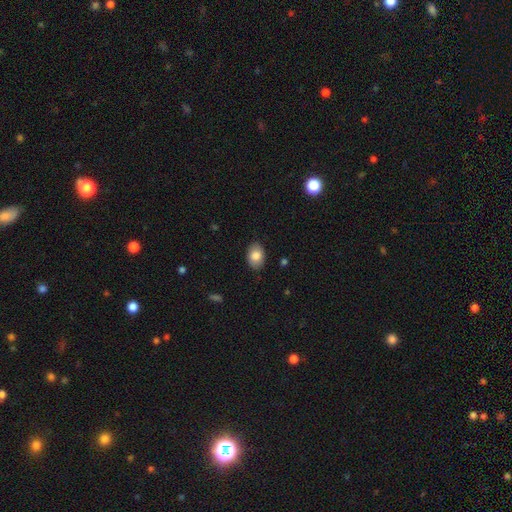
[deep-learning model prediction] smooth-or-featured: smooth: 84% | featured or disk: 9% | star or artifact: 7%
  how-rounded: in between: 83% | round: 16% | cigar-shaped: 1%
  merging: none: 86% | minor disturbance: 11% | major disturbance: 2% | merger: 1%